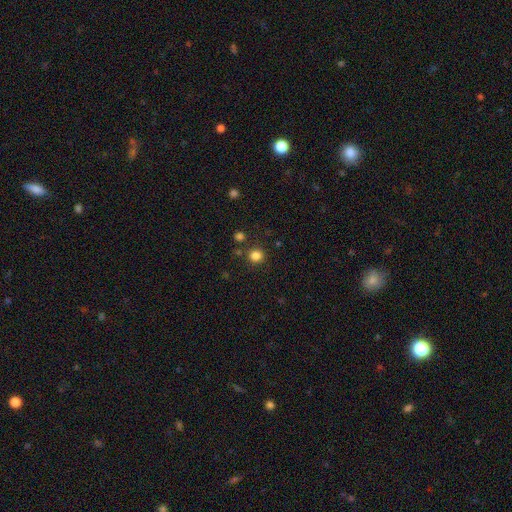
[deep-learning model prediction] smooth 82%, star or artifact 14%, featured or disk 4%. Down the decision tree: how rounded — round (90%); merging — none (85%).